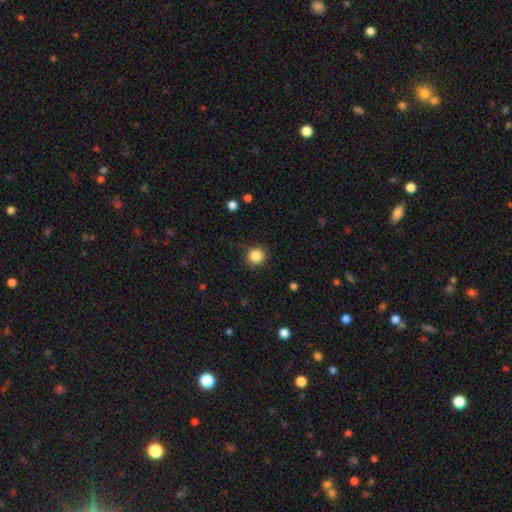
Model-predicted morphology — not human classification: The model was most divided on "smooth or featured": smooth: 85%, star or artifact: 11%, featured or disk: 4%. More confident: how rounded — round (93%); merging — none (87%).